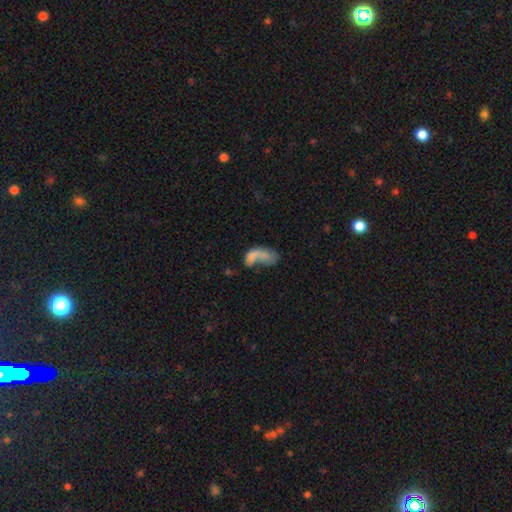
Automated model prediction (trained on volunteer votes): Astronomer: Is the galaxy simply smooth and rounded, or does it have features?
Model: smooth — 57%.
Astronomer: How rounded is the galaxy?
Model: in between — 85%.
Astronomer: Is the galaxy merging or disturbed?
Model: major disturbance — 37% (runner-up: merger, 29%).